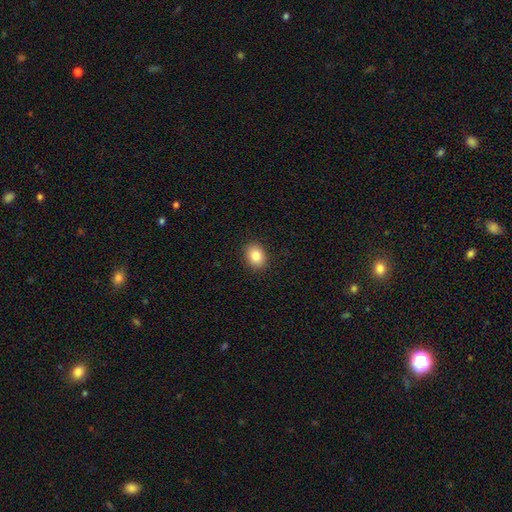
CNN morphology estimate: smooth 85%, star or artifact 9%, featured or disk 6%. Down the decision tree: how rounded — in between (61%); merging — none (90%).